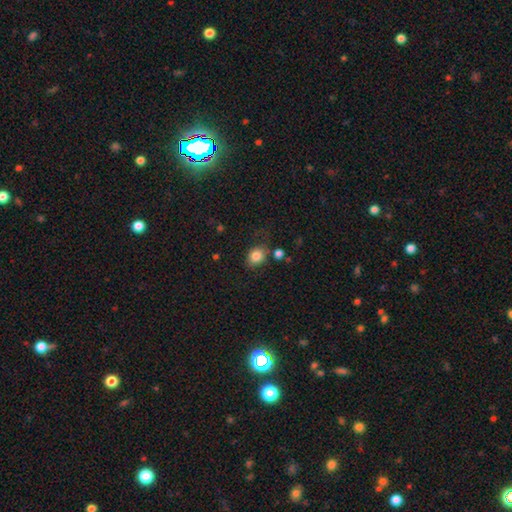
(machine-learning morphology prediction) Overall: smooth (83%). How rounded: round (51%; in between 48%). Merging: none (70%).